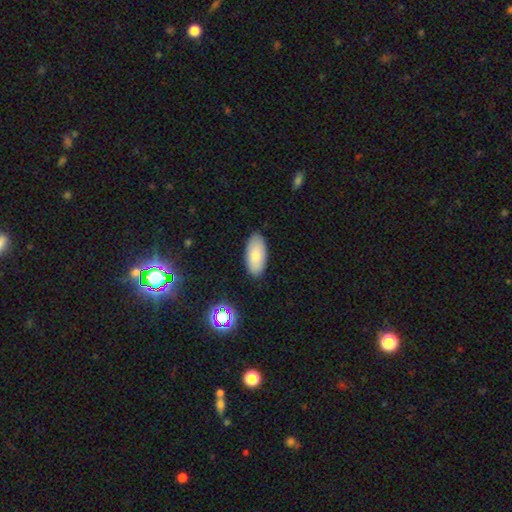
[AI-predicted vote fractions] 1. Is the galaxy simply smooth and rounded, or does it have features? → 83% smooth, 10% featured or disk, 7% star or artifact.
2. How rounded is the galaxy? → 93% in between, 5% cigar-shaped, 2% round.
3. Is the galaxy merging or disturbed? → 87% none, 10% minor disturbance, 2% major disturbance, 1% merger.